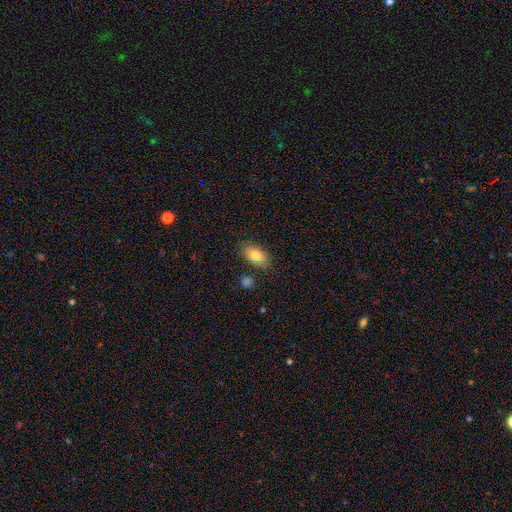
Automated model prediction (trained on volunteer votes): This appears to be a smooth galaxy with no disk features (79%) that is in between round and cigar-shaped (89%). Merging: none (77%).